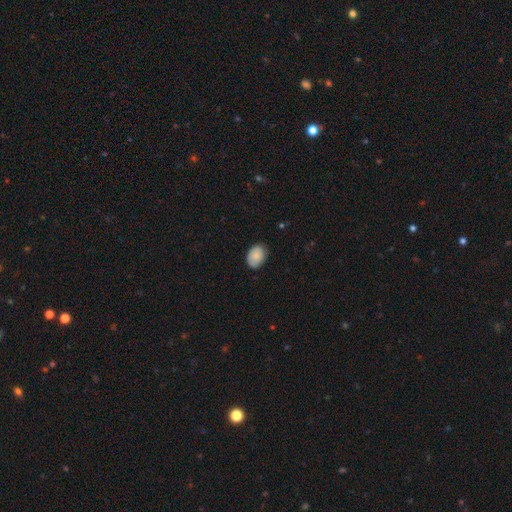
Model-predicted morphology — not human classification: smooth-or-featured: smooth: 83% | featured or disk: 10% | star or artifact: 7%
  how-rounded: in between: 77% | round: 22% | cigar-shaped: 1%
  merging: none: 80% | minor disturbance: 16% | major disturbance: 3% | merger: 1%